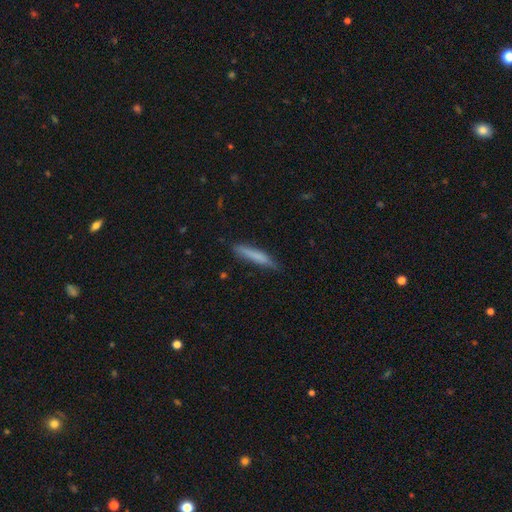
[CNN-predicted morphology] This is likely a smooth galaxy (73%). How rounded: clearly cigar-shaped (93%). Merging: likely none (79%).